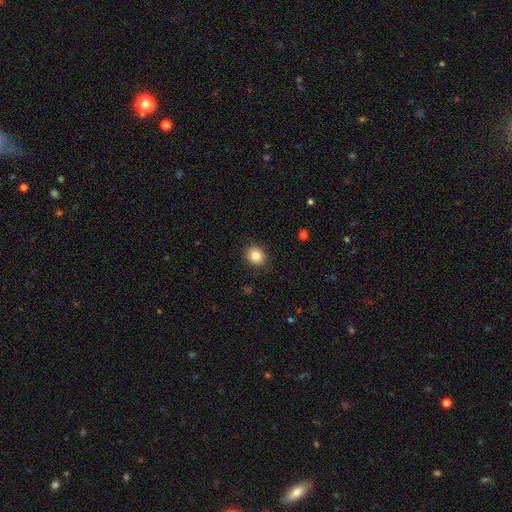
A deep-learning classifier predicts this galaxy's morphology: Q: Smooth or featured?
A: smooth (84%); runner-up: star or artifact (10%)
Q: How rounded?
A: round (74%); runner-up: in between (25%)
Q: Merging?
A: none (89%); runner-up: minor disturbance (8%)